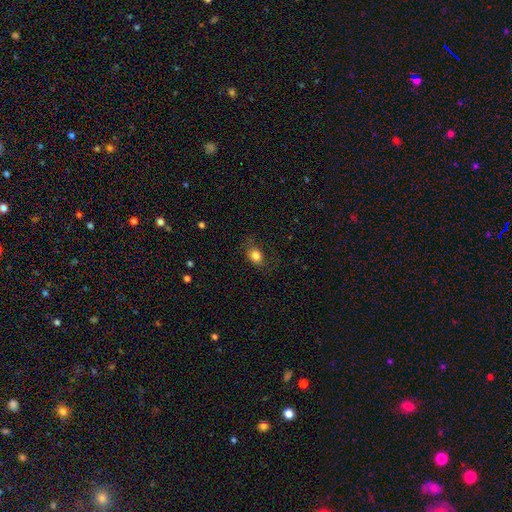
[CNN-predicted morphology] Smooth or featured? smooth (80%)
How rounded? in between (58%)
Merging? none (69%)